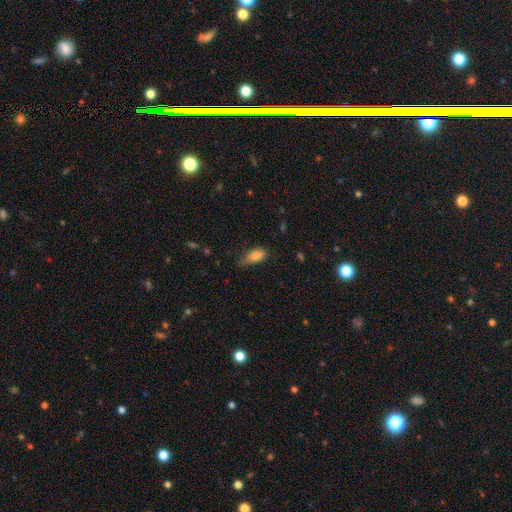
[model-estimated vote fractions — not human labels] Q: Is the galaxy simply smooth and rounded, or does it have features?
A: smooth — 83%.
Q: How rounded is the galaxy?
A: in between — 85%.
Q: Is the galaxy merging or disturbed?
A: none — 50%.